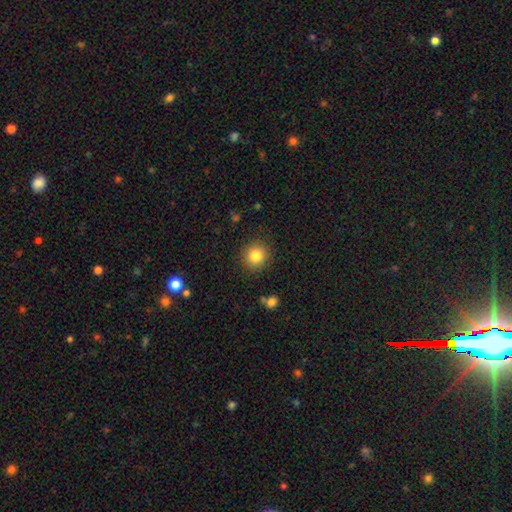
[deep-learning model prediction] smooth_or_featured: smooth (p=0.83) [alt: star or artifact p=0.11]
how_rounded: round (p=0.92) [alt: in between p=0.07]
merging: none (p=0.89) [alt: minor disturbance p=0.07]